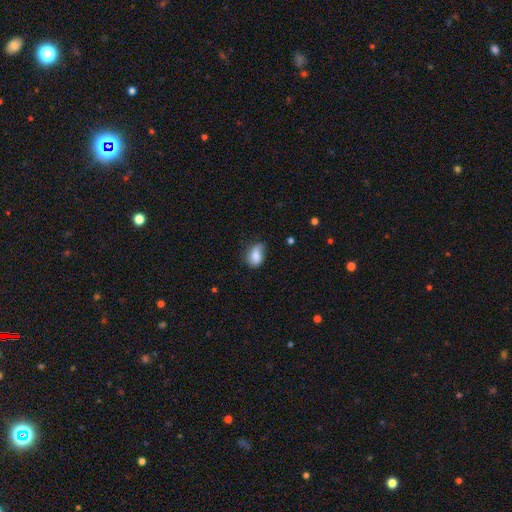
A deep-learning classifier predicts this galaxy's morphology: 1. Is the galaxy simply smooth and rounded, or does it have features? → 80% smooth, 12% featured or disk, 8% star or artifact.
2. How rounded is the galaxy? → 82% in between, 16% round, 2% cigar-shaped.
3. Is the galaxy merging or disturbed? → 45% none, 39% minor disturbance, 13% major disturbance, 2% merger.